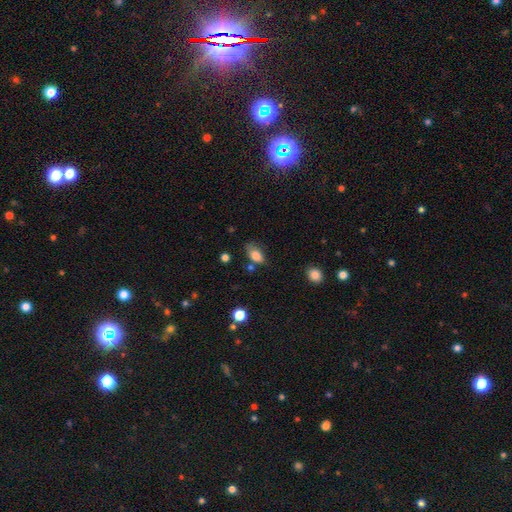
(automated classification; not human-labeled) A smooth galaxy with no disk features (82%) that is in between round and cigar-shaped (87%). Merging: none (55%).